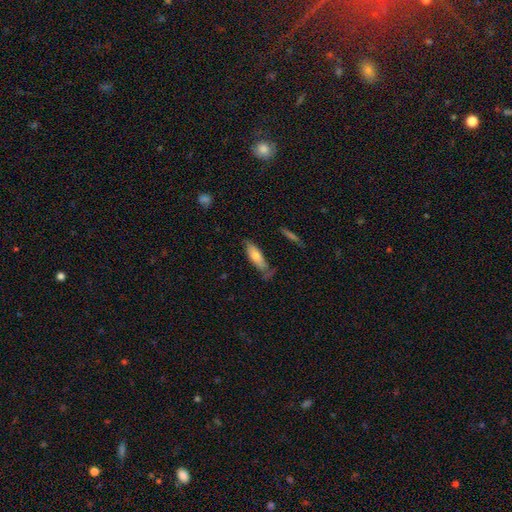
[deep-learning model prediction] Overall: smooth (68%). How rounded: in between (54%; cigar-shaped 44%). Merging: none (58%; minor disturbance 29%).